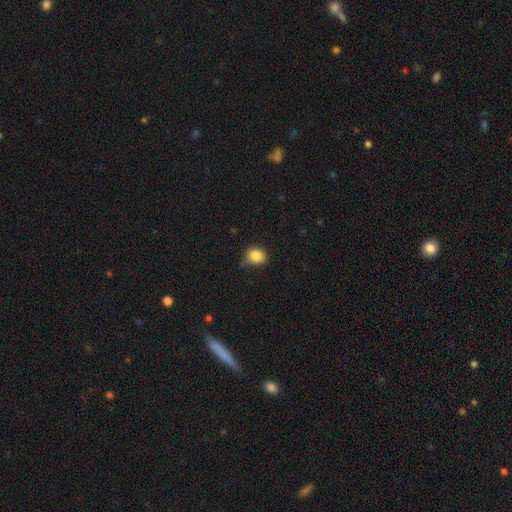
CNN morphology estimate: Q: Smooth or featured?
A: smooth (84%); runner-up: star or artifact (10%)
Q: How rounded?
A: round (59%); runner-up: in between (40%)
Q: Merging?
A: none (65%); runner-up: minor disturbance (28%)